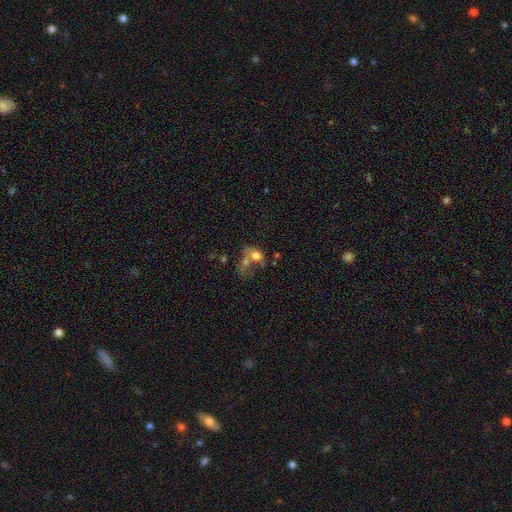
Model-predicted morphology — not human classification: Smooth or featured: smooth — 63% (featured or disk — 25%)
How rounded: in between — 67% (round — 30%)
Merging: merger — 57% (major disturbance — 17%)